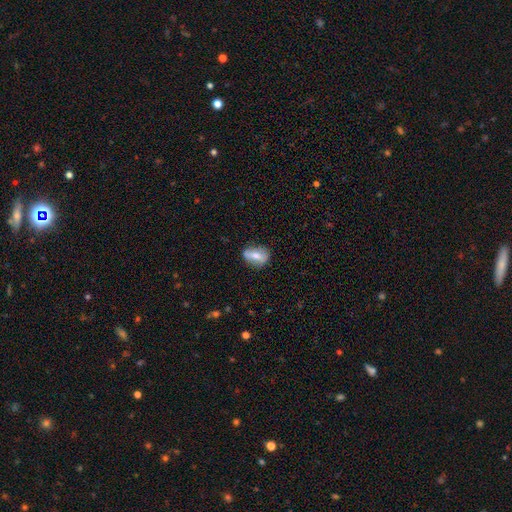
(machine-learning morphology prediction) Smooth or featured?
  - smooth: 52% *
  - featured or disk: 40%
  - star or artifact: 8%
How rounded?
  - in between: 75% *
  - round: 19%
  - cigar-shaped: 6%
Merging?
  - none: 73% *
  - minor disturbance: 20%
  - major disturbance: 5%
  - merger: 2%